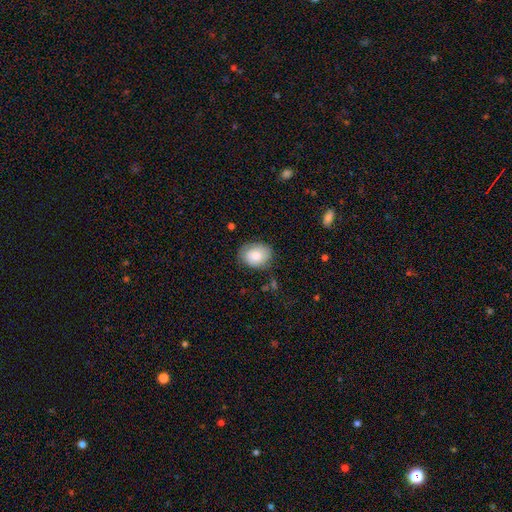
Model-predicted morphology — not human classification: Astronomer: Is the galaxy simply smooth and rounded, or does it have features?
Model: smooth — 78%.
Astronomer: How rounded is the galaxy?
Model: in between — 51% (runner-up: round, 48%).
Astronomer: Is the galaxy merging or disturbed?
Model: none — 77%.